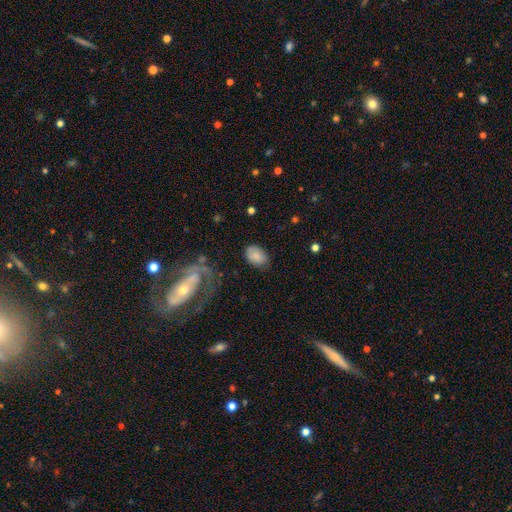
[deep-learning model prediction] Smooth or featured? smooth (80%)
How rounded? in between (85%)
Merging? none (72%)